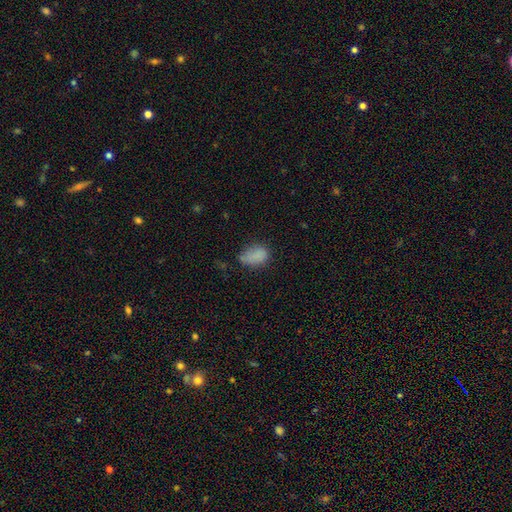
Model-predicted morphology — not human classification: Overall: smooth (81%). How rounded: in between (82%). Merging: none (54%; minor disturbance 30%).